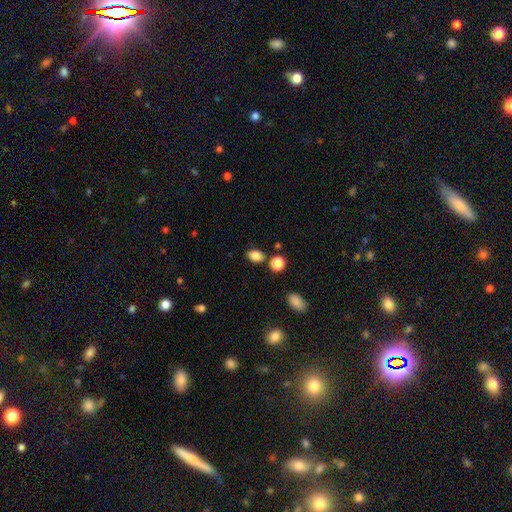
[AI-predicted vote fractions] This appears to be a smooth galaxy with no disk features (84%) that is in between round and cigar-shaped (71%). Merging: none (78%).